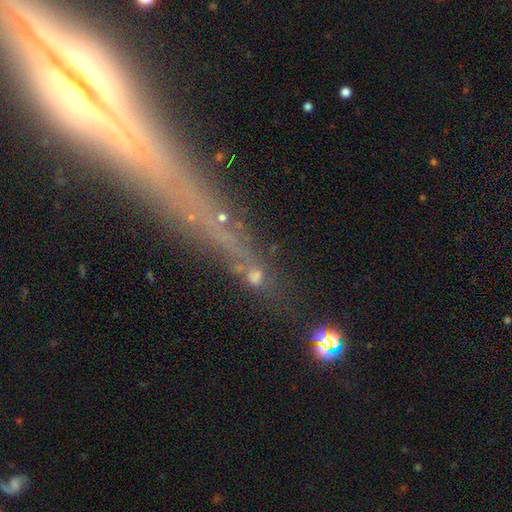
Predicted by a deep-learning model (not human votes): The model was most divided on "smooth or featured": featured or disk: 44%, star or artifact: 38%, smooth: 17%. More confident: merging — none (80%).